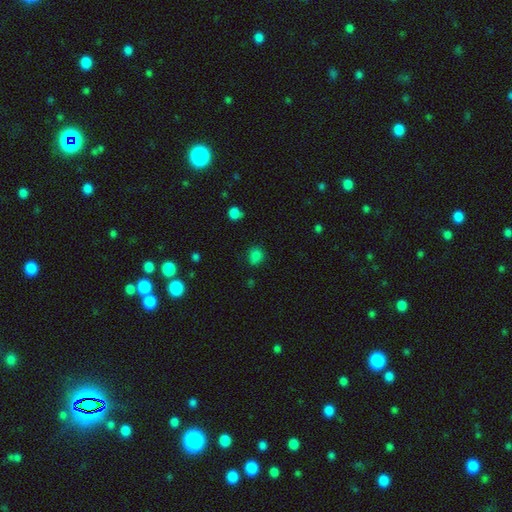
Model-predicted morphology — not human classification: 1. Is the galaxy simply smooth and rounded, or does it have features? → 80% smooth, 16% star or artifact, 4% featured or disk.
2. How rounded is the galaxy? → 69% round, 30% in between, 1% cigar-shaped.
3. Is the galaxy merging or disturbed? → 78% none, 16% minor disturbance, 4% major disturbance, 2% merger.